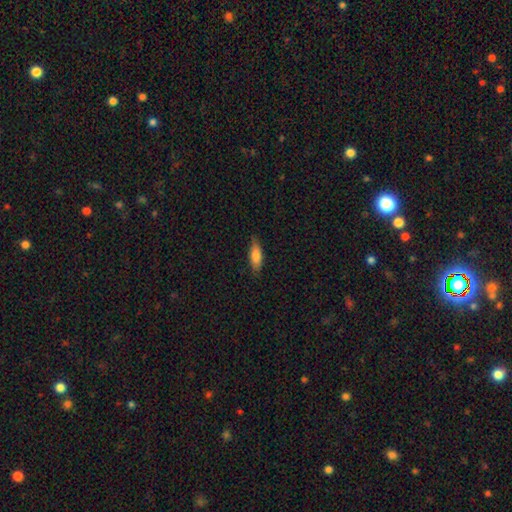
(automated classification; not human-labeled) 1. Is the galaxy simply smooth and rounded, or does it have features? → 77% smooth, 17% featured or disk, 6% star or artifact.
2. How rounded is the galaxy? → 61% in between, 37% cigar-shaped, 2% round.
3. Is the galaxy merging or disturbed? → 82% none, 14% minor disturbance, 2% major disturbance, 1% merger.